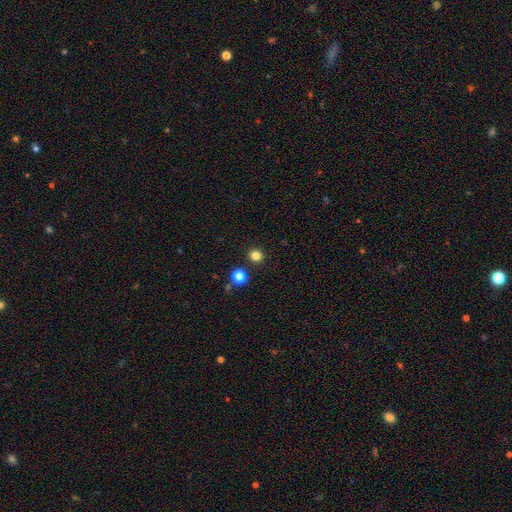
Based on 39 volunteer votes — This appears to be a smooth galaxy with no disk features (87%) that is round (97%). Merging: none (94%).